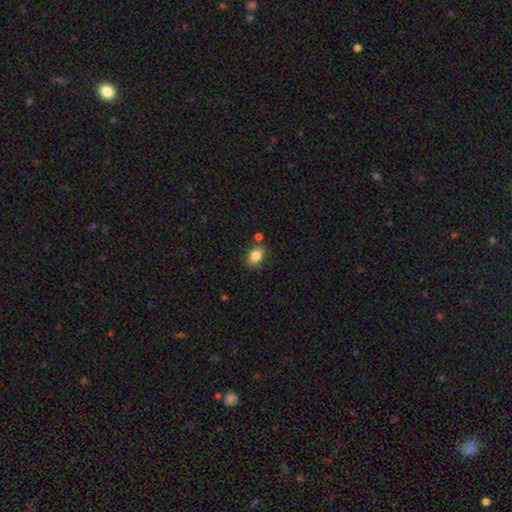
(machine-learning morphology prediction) This is clearly a smooth galaxy (84%). How rounded: likely in between (74%). Merging: likely none (74%).